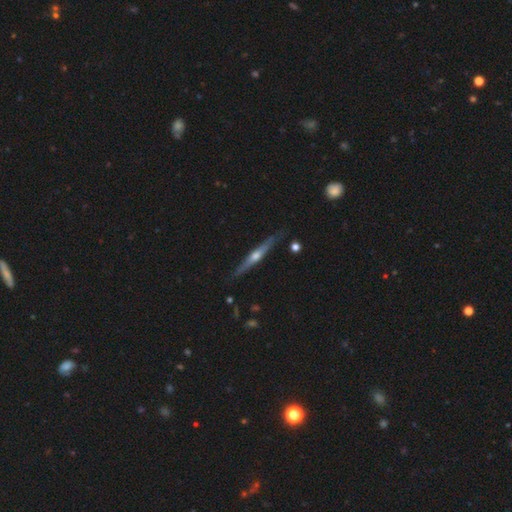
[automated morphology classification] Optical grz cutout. It shows a featured or disk galaxy (74%) viewed edge-on (97%) with a rounded central bulge (86%). Merging: none (86%).